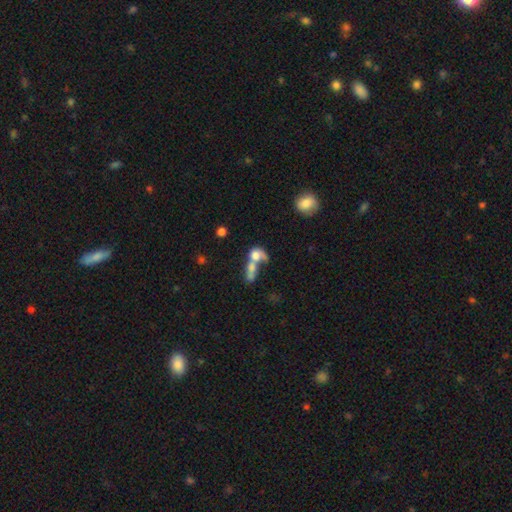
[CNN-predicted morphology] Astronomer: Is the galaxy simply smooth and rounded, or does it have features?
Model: smooth — 64%.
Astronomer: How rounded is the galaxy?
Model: in between — 52% (runner-up: round, 43%).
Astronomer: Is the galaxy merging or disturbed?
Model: merger — 69%.